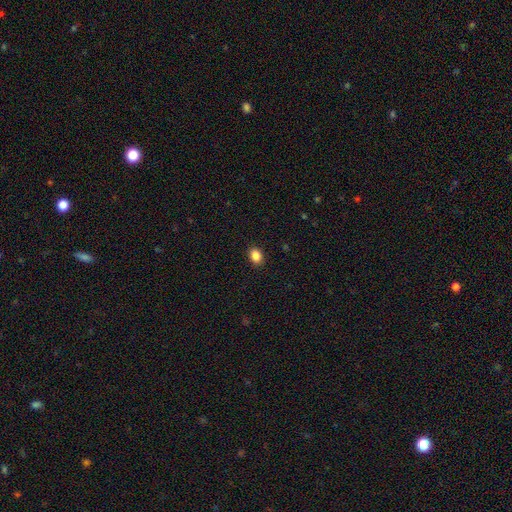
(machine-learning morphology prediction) This is clearly a smooth galaxy (87%). How rounded: likely in between (65%). Merging: clearly none (90%).